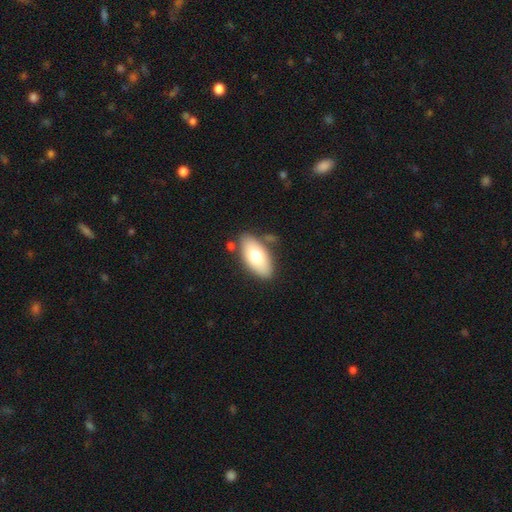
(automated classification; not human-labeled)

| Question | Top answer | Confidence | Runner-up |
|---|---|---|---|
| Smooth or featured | smooth | 73% | featured or disk (21%) |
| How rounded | in between | 92% | cigar-shaped (5%) |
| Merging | none | 77% | minor disturbance (14%) |